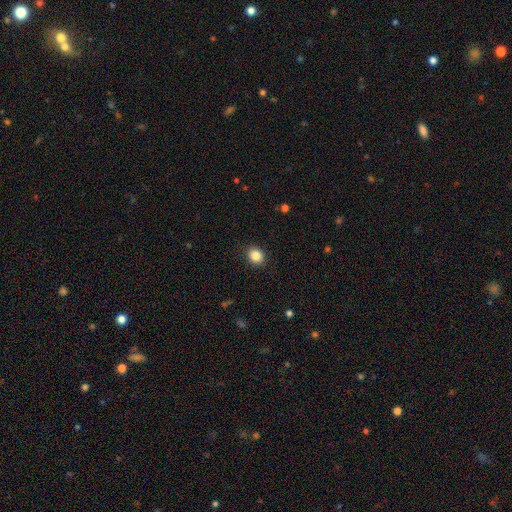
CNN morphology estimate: smooth_or_featured: smooth (p=0.85) [alt: star or artifact p=0.10]
how_rounded: round (p=0.67) [alt: in between p=0.32]
merging: none (p=0.89) [alt: minor disturbance p=0.07]